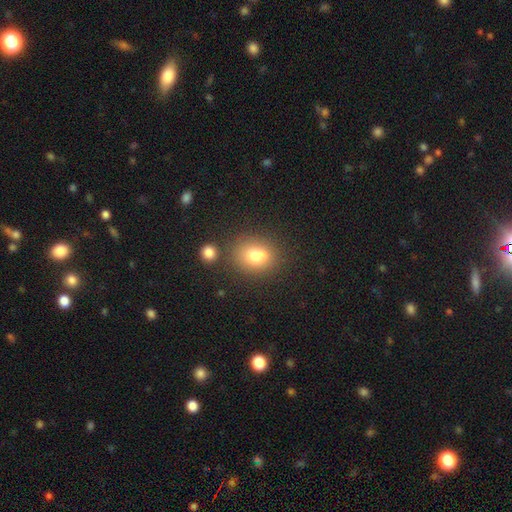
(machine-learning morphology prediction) Smooth or featured: smooth — 76% (featured or disk — 12%)
How rounded: round — 51% (in between — 48%)
Merging: none — 59% (merger — 20%)